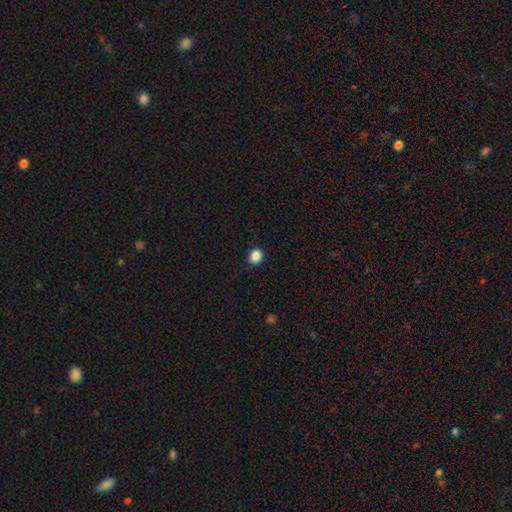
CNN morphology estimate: smooth-or-featured: smooth: 87% | star or artifact: 11% | featured or disk: 3%
  how-rounded: round: 82% | in between: 17% | cigar-shaped: 1%
  merging: none: 91% | minor disturbance: 6% | major disturbance: 2% | merger: 1%